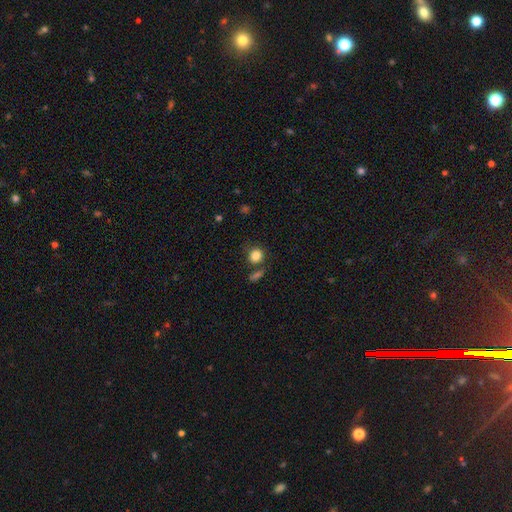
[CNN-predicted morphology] Q: Smooth or featured?
A: smooth (84%); runner-up: star or artifact (10%)
Q: How rounded?
A: round (82%); runner-up: in between (17%)
Q: Merging?
A: none (72%); runner-up: minor disturbance (12%)